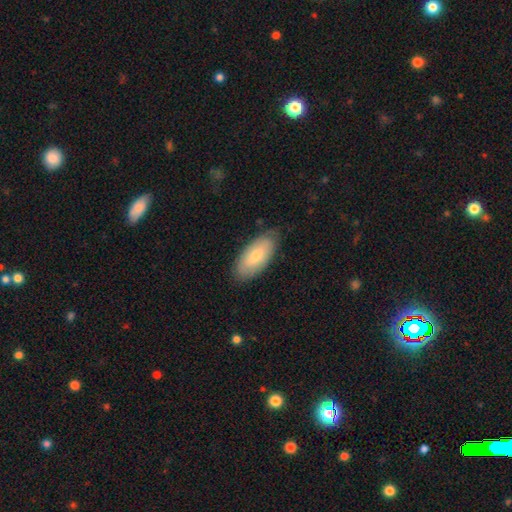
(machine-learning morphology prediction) A smooth galaxy with no disk features (70%) that is in between round and cigar-shaped (90%). Merging: none (82%).